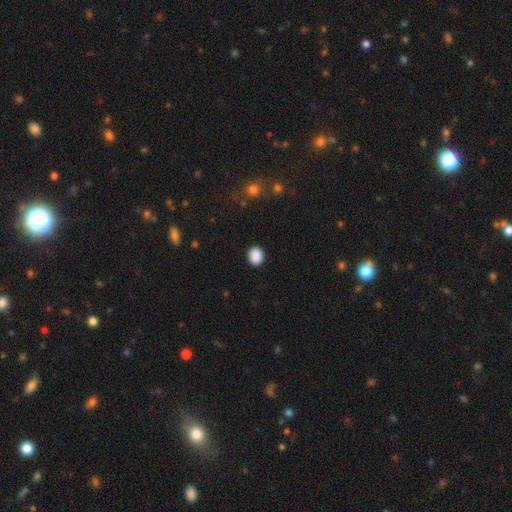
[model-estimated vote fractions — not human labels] smooth-or-featured: smooth: 89% | star or artifact: 8% | featured or disk: 2%
  how-rounded: round: 53% | in between: 46% | cigar-shaped: 1%
  merging: none: 90% | minor disturbance: 7% | major disturbance: 2% | merger: 1%